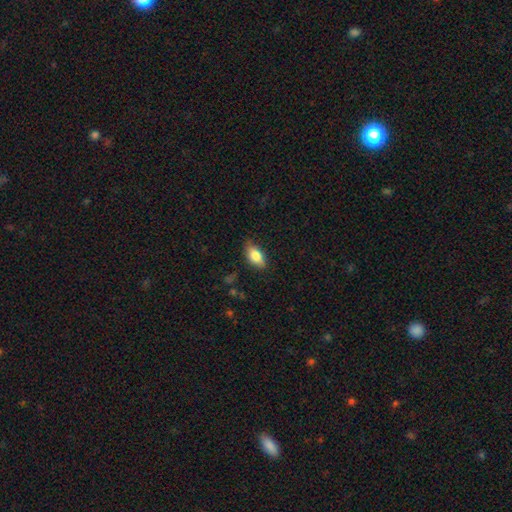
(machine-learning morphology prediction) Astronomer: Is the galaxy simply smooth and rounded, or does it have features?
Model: smooth — 81%.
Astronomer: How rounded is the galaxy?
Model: in between — 87%.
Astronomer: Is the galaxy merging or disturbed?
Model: none — 77%.